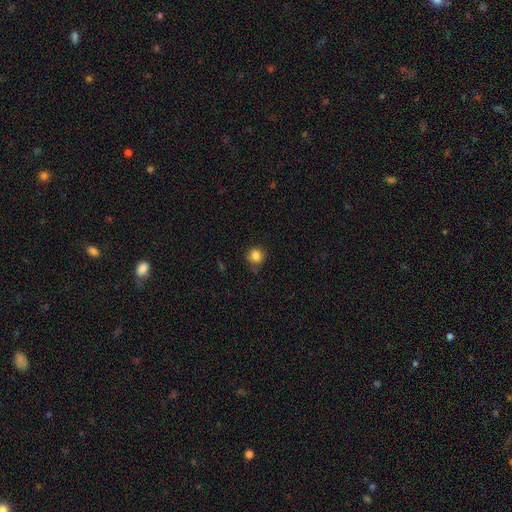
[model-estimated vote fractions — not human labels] Smooth or featured? Predicted: smooth (p=0.84). How rounded? Predicted: round (p=0.91). Merging? Predicted: none (p=0.78).